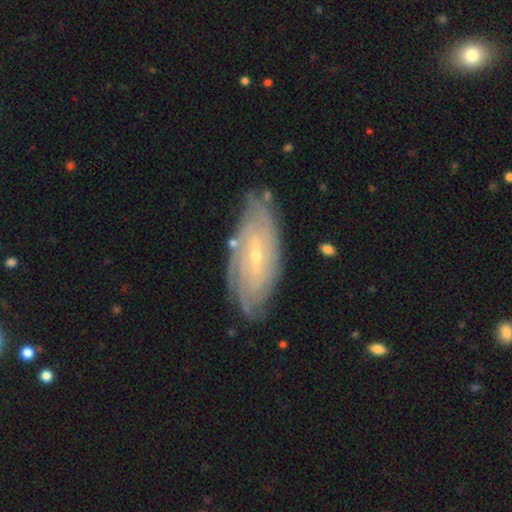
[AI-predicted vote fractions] Smooth or featured?
  - featured or disk: 80% *
  - smooth: 14%
  - star or artifact: 6%
Edge-on disk?
  - no: 90% *
  - yes: 10%
Bar?
  - weak: 48% *
  - no: 33%
  - strong: 19%
Spiral arms?
  - yes: 90% *
  - no: 10%
Spiral winding?
  - tight: 74% *
  - medium: 20%
  - loose: 6%
Spiral arm count?
  - can't tell: 53% *
  - 2: 14%
  - 4: 13%
  - 3: 9%
  - more than 4: 7%
  - 1: 4%
Bulge size?
  - small: 80% *
  - moderate: 17%
  - none: 2%
  - large: 1%
  - dominant: 1%
Merging?
  - none: 77% *
  - minor disturbance: 17%
  - major disturbance: 4%
  - merger: 2%